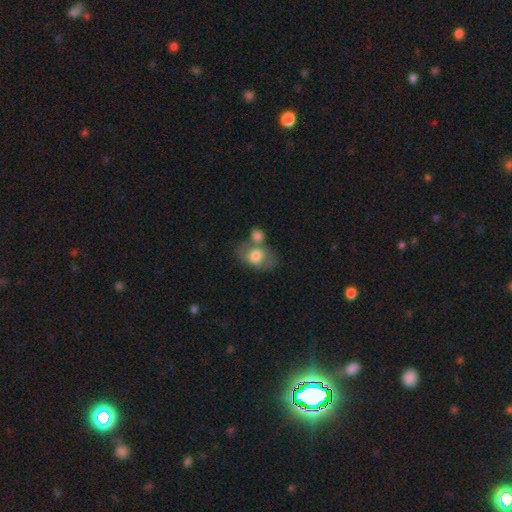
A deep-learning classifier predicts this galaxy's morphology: This is likely a smooth galaxy (69%). How rounded: likely in between (75%). Merging: marginally merger (40%).